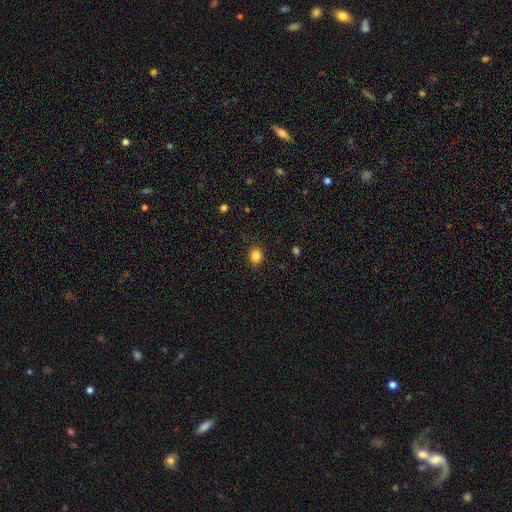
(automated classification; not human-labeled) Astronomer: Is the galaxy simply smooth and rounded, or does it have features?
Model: smooth — 84%.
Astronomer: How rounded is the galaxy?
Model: round — 55% (runner-up: in between, 44%).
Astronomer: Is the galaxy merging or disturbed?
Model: none — 87%.